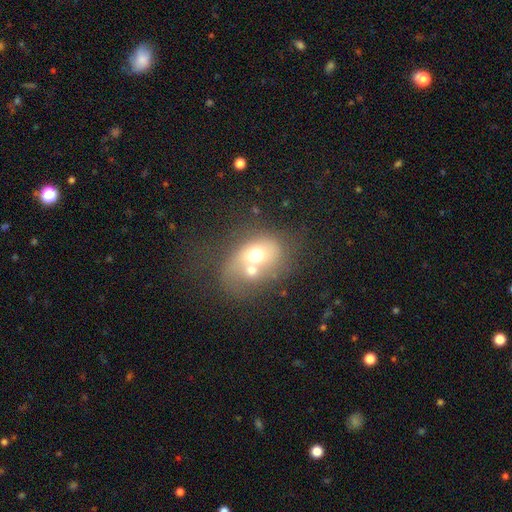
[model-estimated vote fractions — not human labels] This is possibly a smooth galaxy (57%). How rounded: possibly in between (52%). Merging: possibly merger (60%).